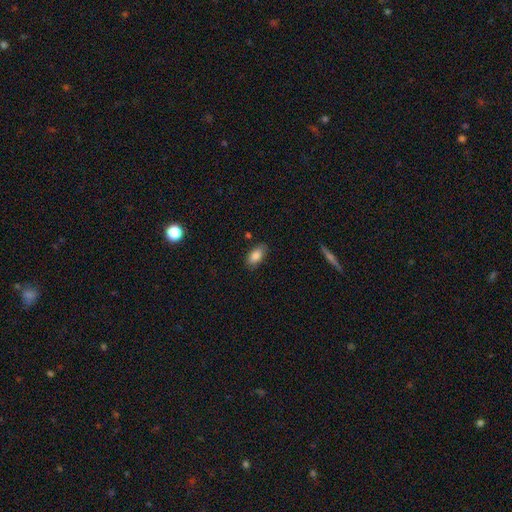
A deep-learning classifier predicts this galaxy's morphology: A smooth galaxy with no disk features (86%) that is in between round and cigar-shaped (92%).

Vote fractions:
- Smooth or featured? smooth: 86% / star or artifact: 7% / featured or disk: 7%
- How rounded? in between: 92% / cigar-shaped: 4% / round: 4%
- Merging? none: 81% / minor disturbance: 15% / major disturbance: 3% / merger: 2%